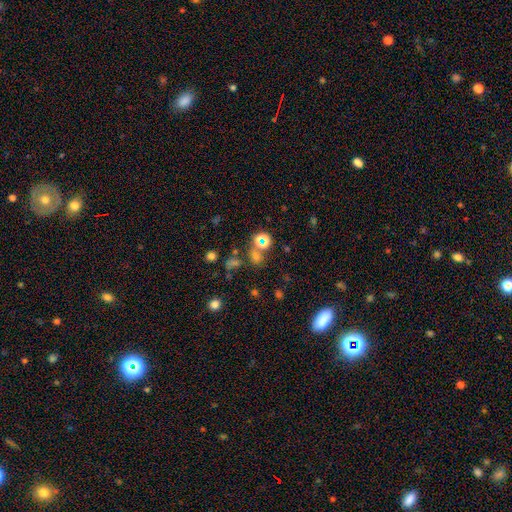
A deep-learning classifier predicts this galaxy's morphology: Smooth or featured? Predicted: star or artifact (p=0.46).